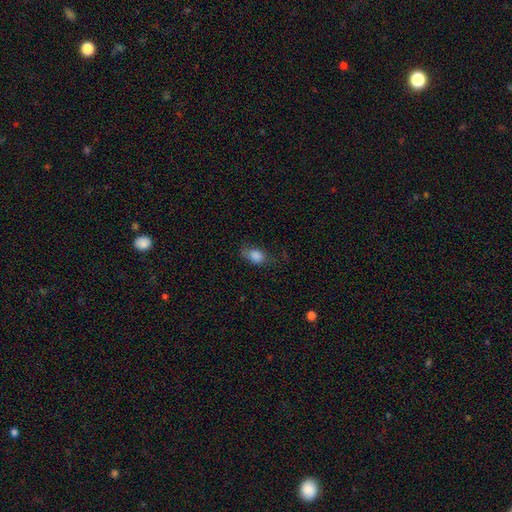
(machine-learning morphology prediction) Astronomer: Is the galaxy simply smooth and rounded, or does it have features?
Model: smooth — 83%.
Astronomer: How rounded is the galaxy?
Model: in between — 78%.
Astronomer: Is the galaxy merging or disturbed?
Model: none — 57%.